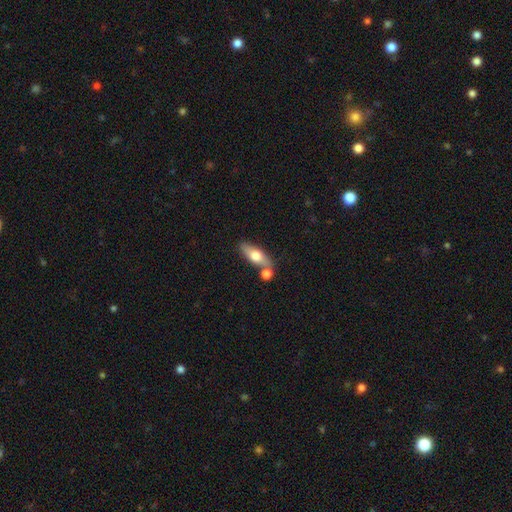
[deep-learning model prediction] Smooth or featured: smooth — 59% (featured or disk — 35%)
How rounded: in between — 61% (cigar-shaped — 34%)
Merging: none — 65% (merger — 20%)